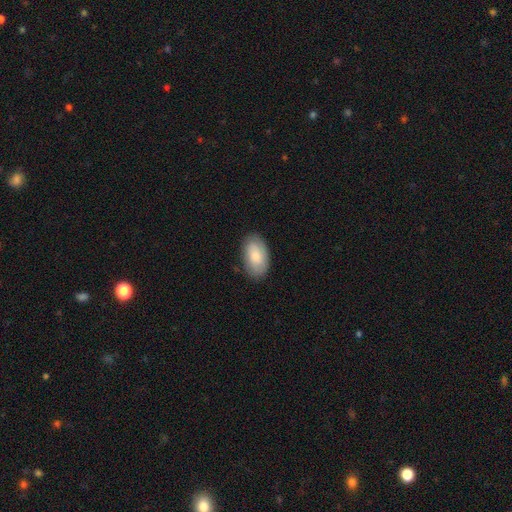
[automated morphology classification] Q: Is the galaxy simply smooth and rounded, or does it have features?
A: smooth — 75%.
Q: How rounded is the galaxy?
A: in between — 94%.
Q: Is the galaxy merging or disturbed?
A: none — 82%.